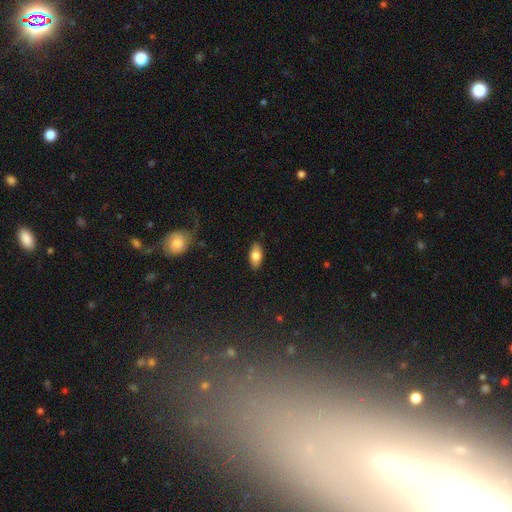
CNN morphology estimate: A smooth galaxy with no disk features (80%) that is in between round and cigar-shaped (90%). Merging: none (88%).